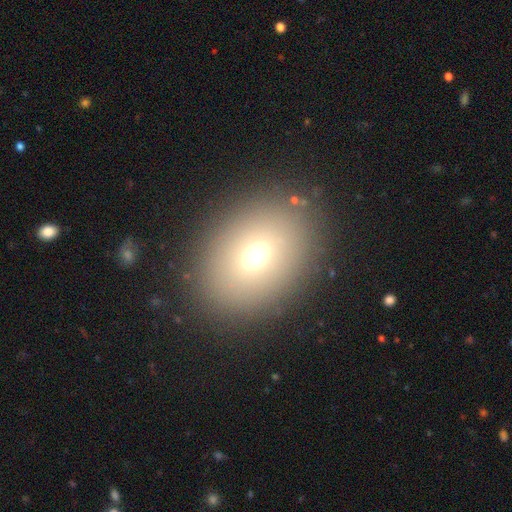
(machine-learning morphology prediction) Overall: smooth (66%). How rounded: in between (64%; round 35%). Merging: none (86%).